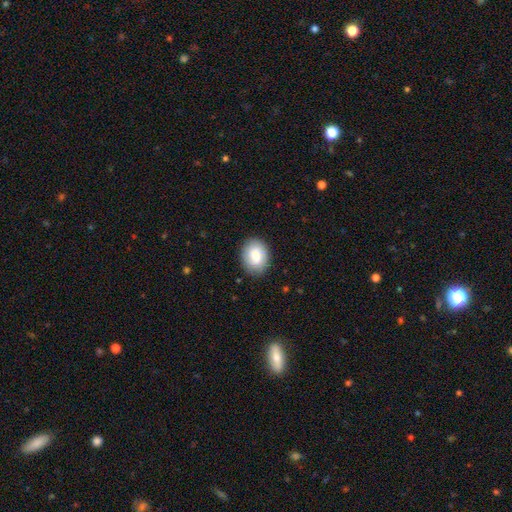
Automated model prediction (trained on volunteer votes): Morphology: type=smooth (83%); roundness=in between (65%); merging=none (84%).